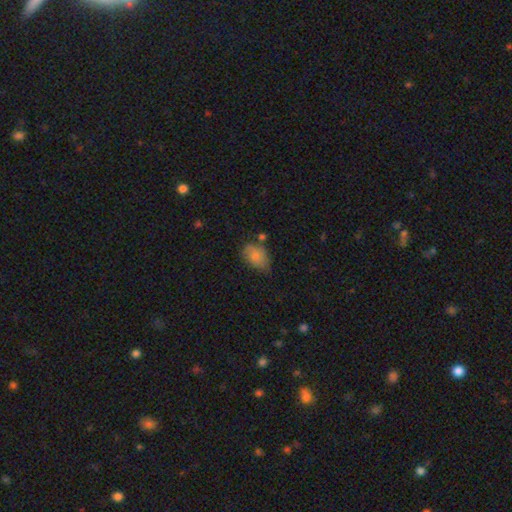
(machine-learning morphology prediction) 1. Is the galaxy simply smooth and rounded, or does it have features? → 75% smooth, 18% featured or disk, 8% star or artifact.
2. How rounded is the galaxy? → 76% in between, 23% round, 1% cigar-shaped.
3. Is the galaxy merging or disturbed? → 51% none, 33% minor disturbance, 9% major disturbance, 7% merger.